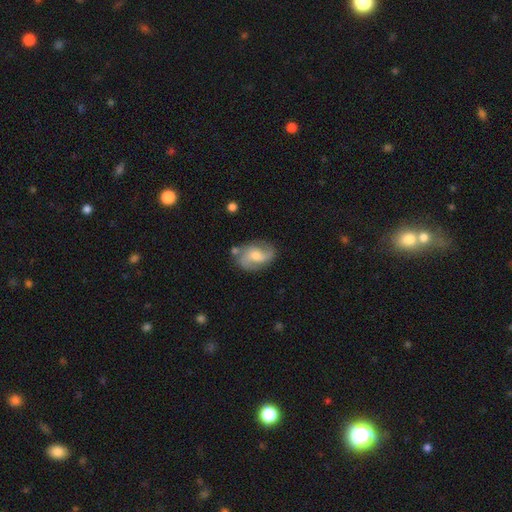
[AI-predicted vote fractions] smooth-or-featured: featured or disk: 70% | smooth: 23% | star or artifact: 7%
  disk-edge-on: no: 97% | yes: 3%
    bar: no: 51% | weak: 42% | strong: 7%
    has-spiral-arms: yes: 92% | no: 8%
      spiral-winding: loose: 45% | medium: 42% | tight: 13%
      spiral-arm-count: 2: 72% | 3: 12% | can't tell: 9% | 1: 4% | 4: 2% | more than 4: 2%
    bulge-size: moderate: 56% | small: 29% | large: 9% | none: 5% | dominant: 1%
  merging: none: 67% | minor disturbance: 20% | major disturbance: 7% | merger: 6%